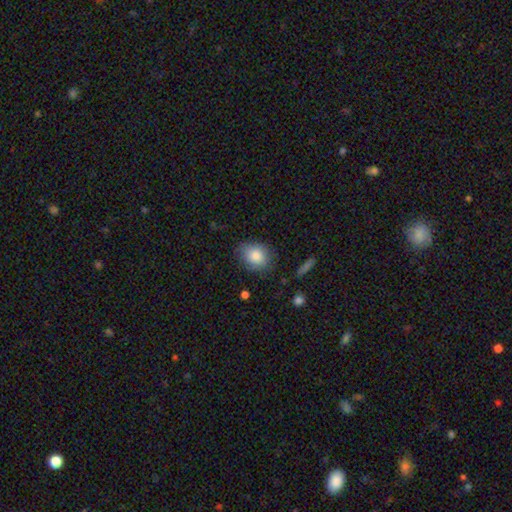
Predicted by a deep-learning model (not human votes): Q: Smooth or featured?
A: smooth (84%); runner-up: featured or disk (8%)
Q: How rounded?
A: round (50%); runner-up: in between (49%)
Q: Merging?
A: none (75%); runner-up: minor disturbance (19%)